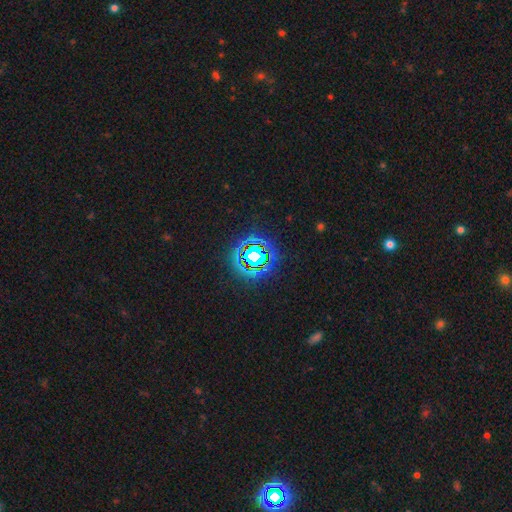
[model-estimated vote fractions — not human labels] star or artifact 72%, smooth 16%, featured or disk 12%.